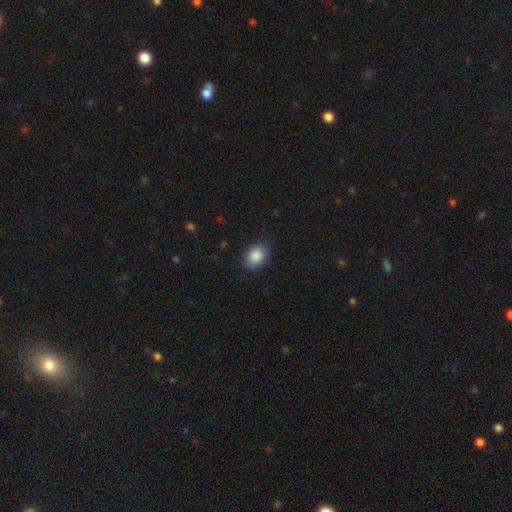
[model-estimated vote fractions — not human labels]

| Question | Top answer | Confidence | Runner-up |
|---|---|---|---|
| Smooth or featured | smooth | 89% | star or artifact (8%) |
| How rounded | in between | 71% | round (28%) |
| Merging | none | 86% | minor disturbance (10%) |